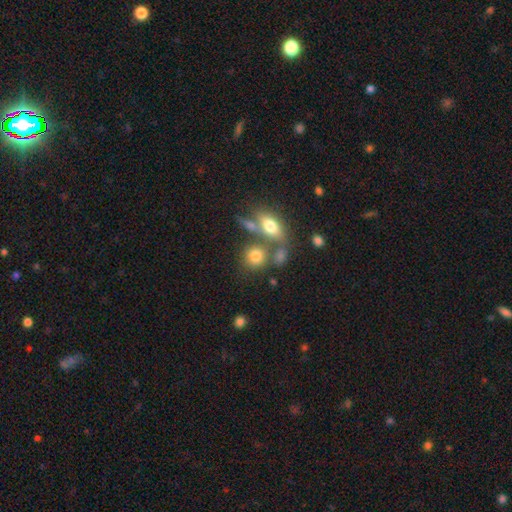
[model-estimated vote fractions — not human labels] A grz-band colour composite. It shows a smooth galaxy with no disk features (76%) that is round (64%). Merging: none (49%).